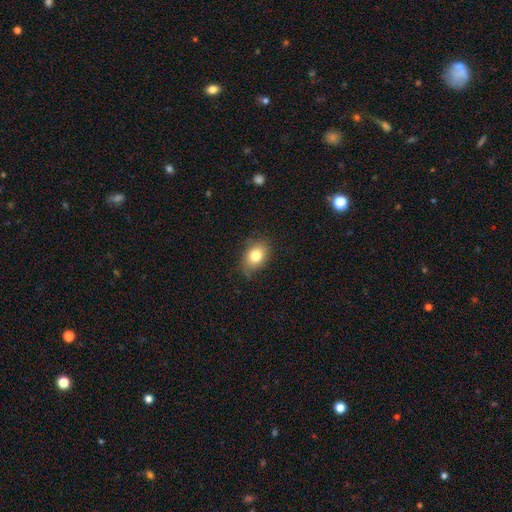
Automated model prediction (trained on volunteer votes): Morphology: type=smooth (79%); roundness=in between (70%); merging=none (73%).